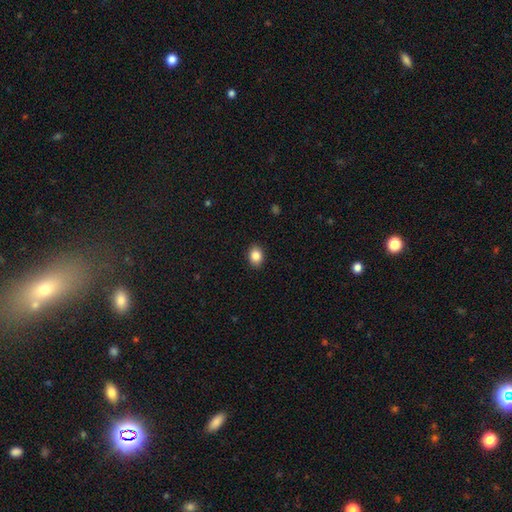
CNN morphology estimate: Smooth or featured? Predicted: smooth (p=0.86). How rounded? Predicted: in between (p=0.63). Merging? Predicted: none (p=0.90).